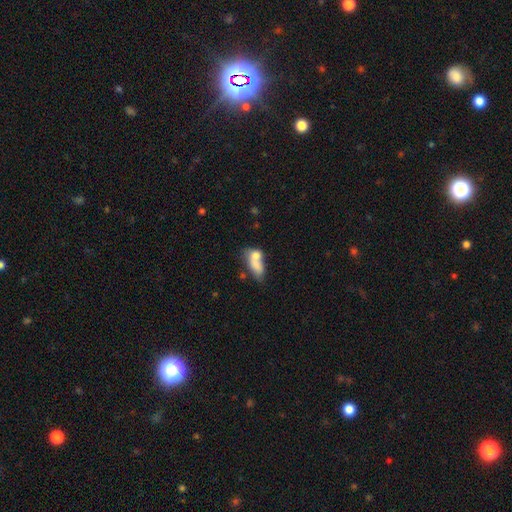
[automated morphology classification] This is likely a smooth galaxy (67%). How rounded: likely in between (76%). Merging: possibly merger (55%).